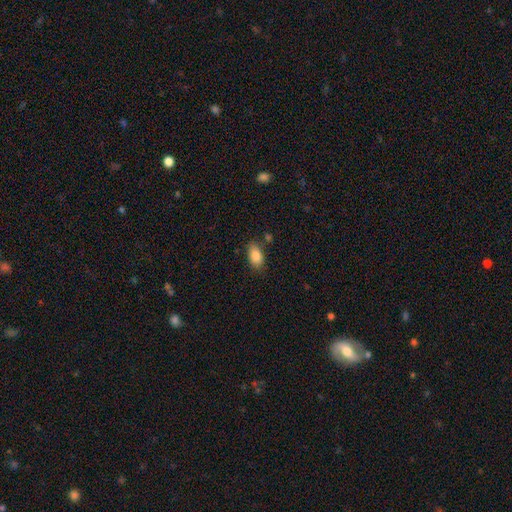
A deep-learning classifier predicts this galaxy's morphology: Smooth or featured: smooth — 87% (star or artifact — 7%)
How rounded: in between — 91% (round — 5%)
Merging: none — 79% (minor disturbance — 14%)